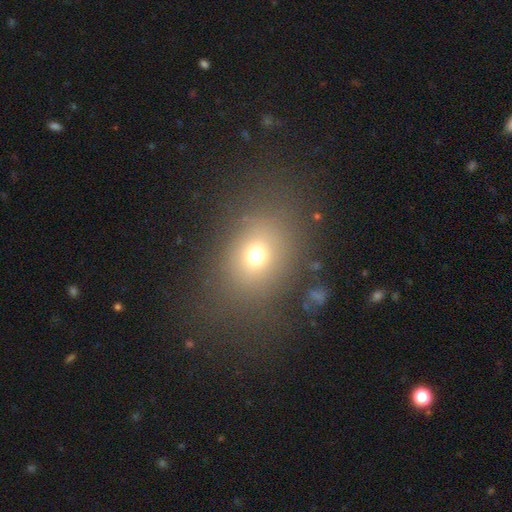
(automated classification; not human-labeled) Smooth or featured? smooth (70%)
How rounded? in between (52%)
Merging? none (77%)